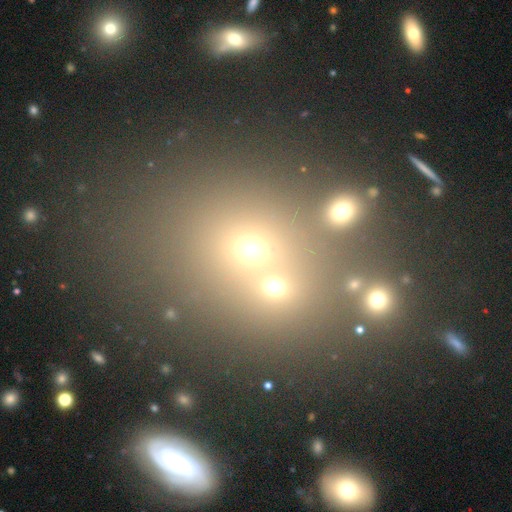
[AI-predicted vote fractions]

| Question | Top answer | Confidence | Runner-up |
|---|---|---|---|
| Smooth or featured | smooth | 51% | star or artifact (33%) |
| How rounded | round | 65% | in between (33%) |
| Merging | none | 55% | merger (30%) |